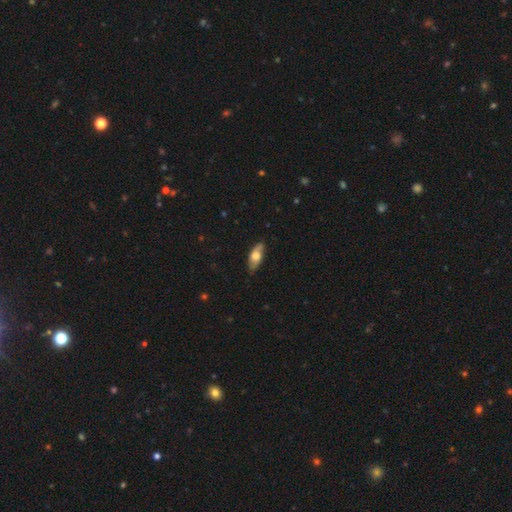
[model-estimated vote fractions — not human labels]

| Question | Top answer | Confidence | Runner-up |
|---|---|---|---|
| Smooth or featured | smooth | 57% | featured or disk (37%) |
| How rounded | in between | 77% | cigar-shaped (20%) |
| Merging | none | 78% | minor disturbance (18%) |